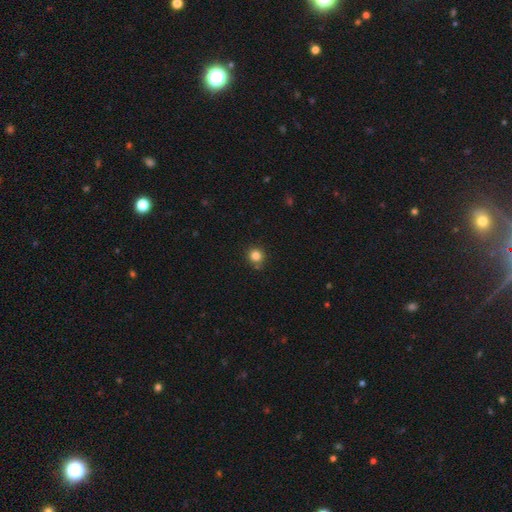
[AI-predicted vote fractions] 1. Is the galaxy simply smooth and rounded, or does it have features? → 83% smooth, 12% star or artifact, 5% featured or disk.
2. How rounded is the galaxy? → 91% round, 8% in between, 1% cigar-shaped.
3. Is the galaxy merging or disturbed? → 82% none, 12% minor disturbance, 4% merger, 3% major disturbance.